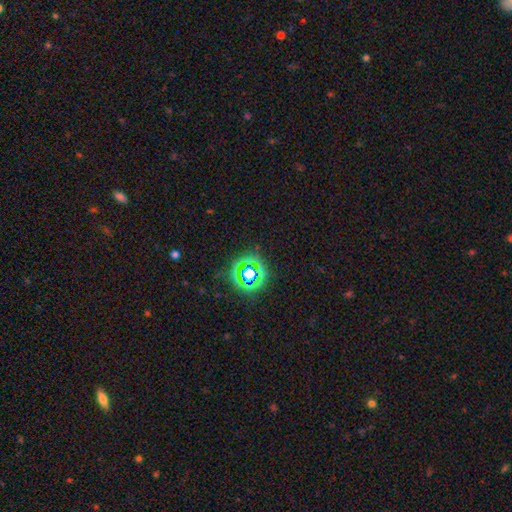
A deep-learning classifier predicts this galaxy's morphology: Smooth or featured: star or artifact — 76% (smooth — 17%)